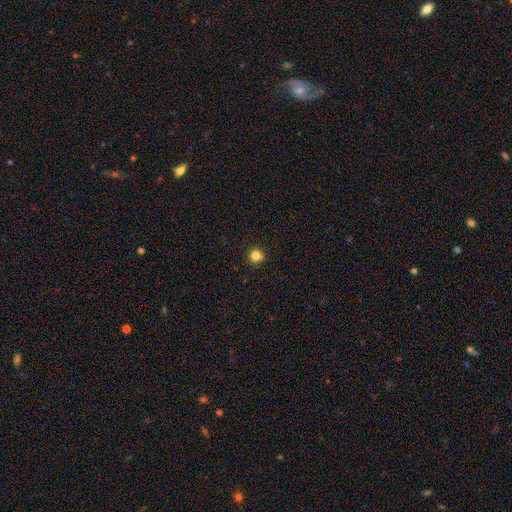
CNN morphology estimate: smooth 80%, star or artifact 14%, featured or disk 6%. Down the decision tree: how rounded — round (93%); merging — none (80%).